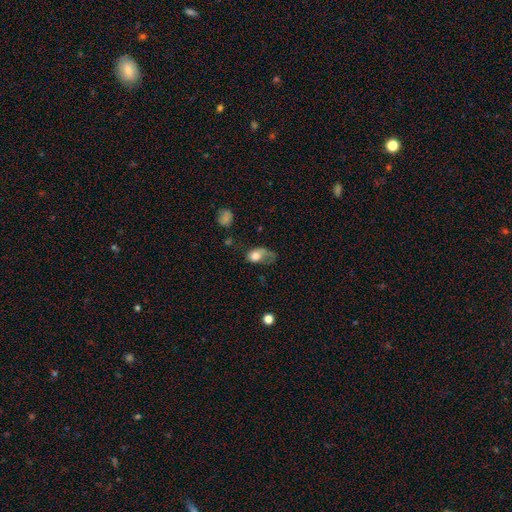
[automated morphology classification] Smooth or featured: smooth — 69% (featured or disk — 23%)
How rounded: in between — 72% (round — 26%)
Merging: major disturbance — 50% (minor disturbance — 25%)